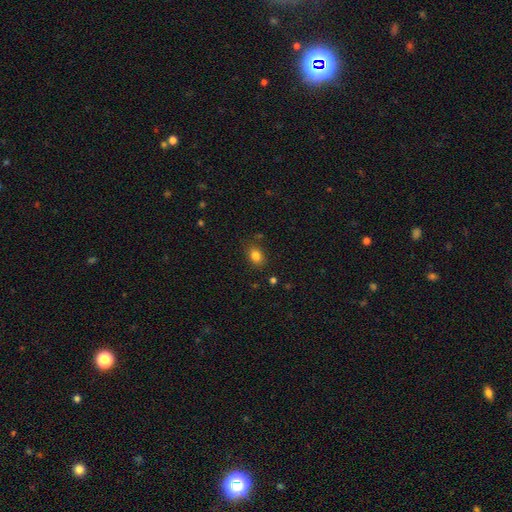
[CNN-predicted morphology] This appears to be a smooth galaxy with no disk features (82%) that is in between round and cigar-shaped (66%). Merging: none (83%).